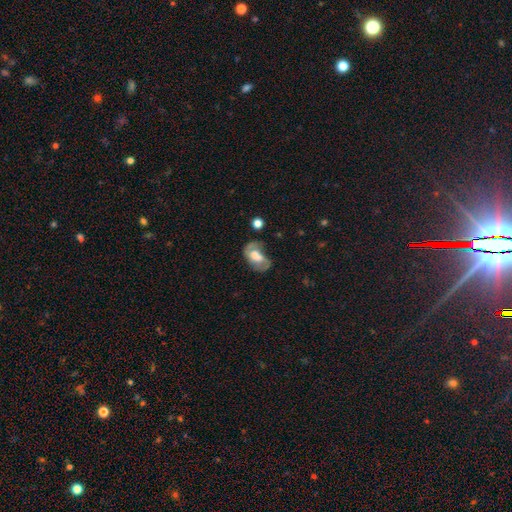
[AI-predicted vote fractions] This is possibly a featured or disk galaxy (55%). It is clearly not viewed edge-on (96%). Bar: possibly no (57%). Spiral arm pattern: likely yes (64%). Central bulge: marginally moderate (41%). Merging: marginally none (35%).